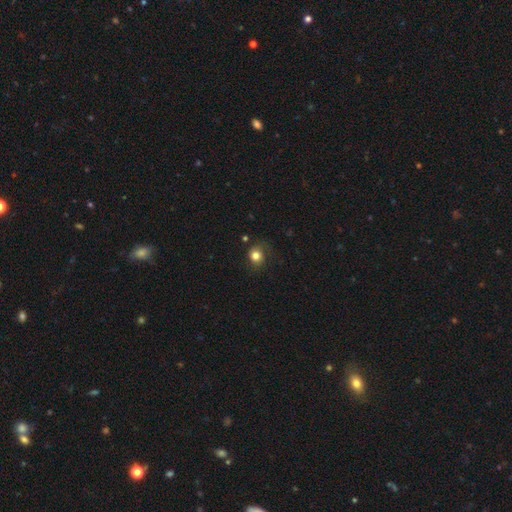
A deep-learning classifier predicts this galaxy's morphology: type=smooth (80%); roundness=round (78%); merging=none (71%).